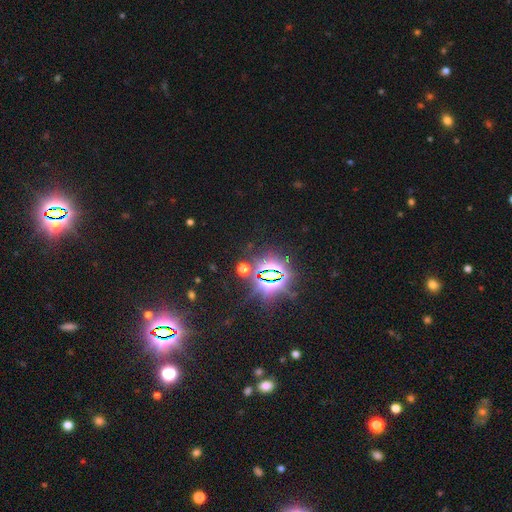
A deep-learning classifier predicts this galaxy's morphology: Smooth or featured? Predicted: star or artifact (p=0.84).